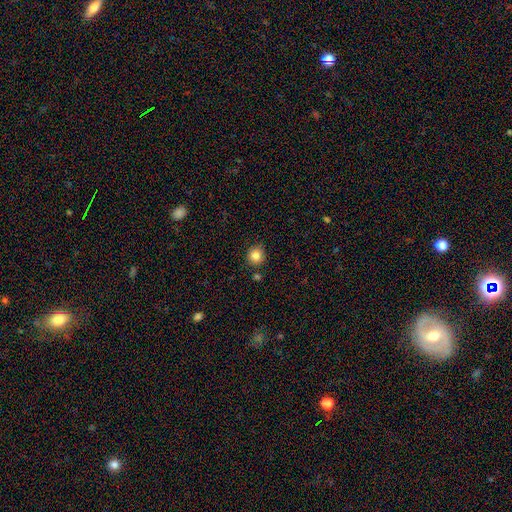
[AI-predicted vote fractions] This is clearly a smooth galaxy (83%). How rounded: clearly round (92%). Merging: clearly none (84%).